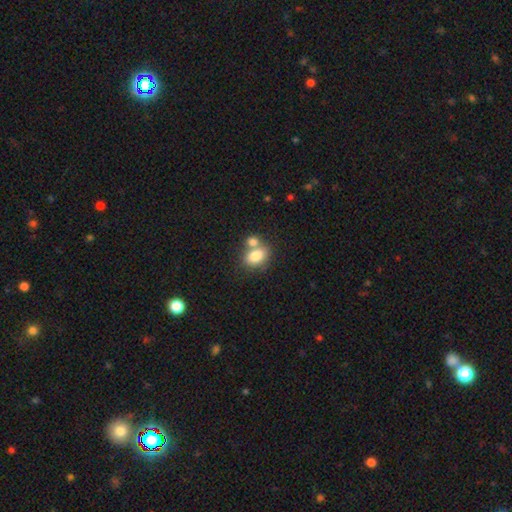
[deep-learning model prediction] Q: Smooth or featured?
A: smooth (81%); runner-up: featured or disk (11%)
Q: How rounded?
A: in between (79%); runner-up: round (19%)
Q: Merging?
A: merger (45%); runner-up: none (40%)